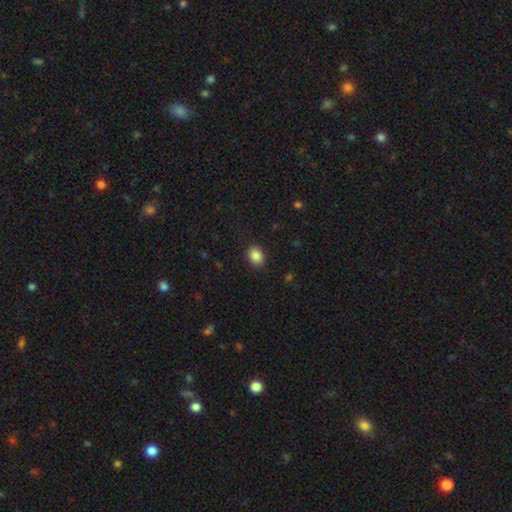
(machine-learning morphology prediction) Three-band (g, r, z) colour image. It shows a smooth galaxy with no disk features (87%) that is in between round and cigar-shaped (62%). Merging: none (89%).